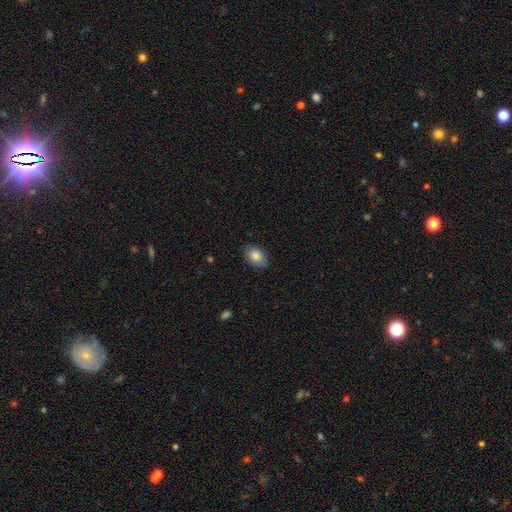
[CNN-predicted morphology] type=smooth (85%); roundness=in between (81%); merging=none (85%).